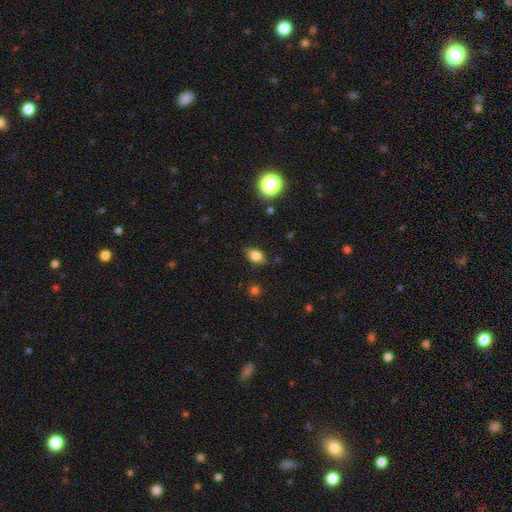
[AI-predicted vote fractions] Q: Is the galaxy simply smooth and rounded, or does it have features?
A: smooth — 77%.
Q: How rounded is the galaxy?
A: in between — 85%.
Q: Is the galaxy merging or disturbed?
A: none — 85%.